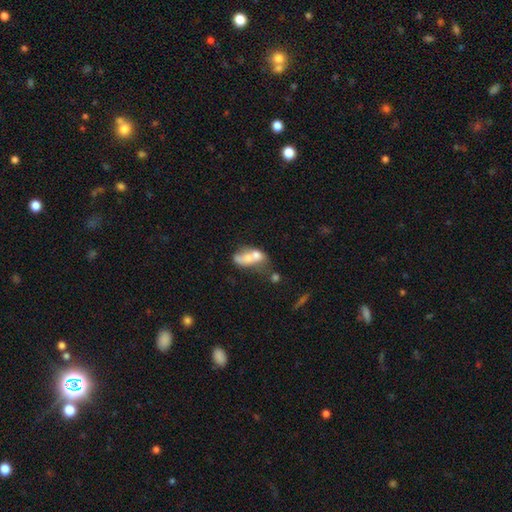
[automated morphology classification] type=smooth (54%); roundness=in between (77%); merging=merger (65%).